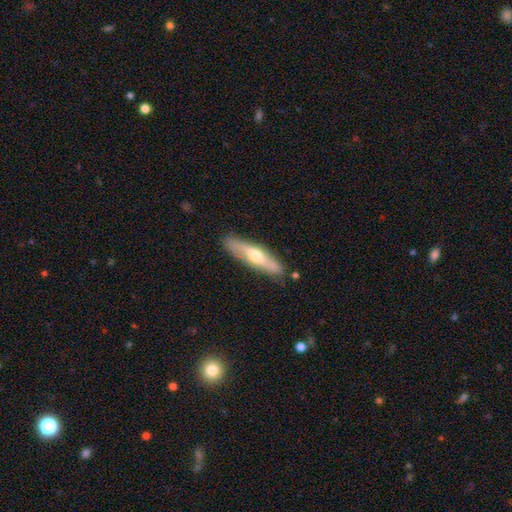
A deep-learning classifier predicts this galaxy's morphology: The model was most divided on "smooth or featured": featured or disk: 50%, smooth: 44%, star or artifact: 6%. More confident: merging — none (85%); edge-on disk — yes (78%).